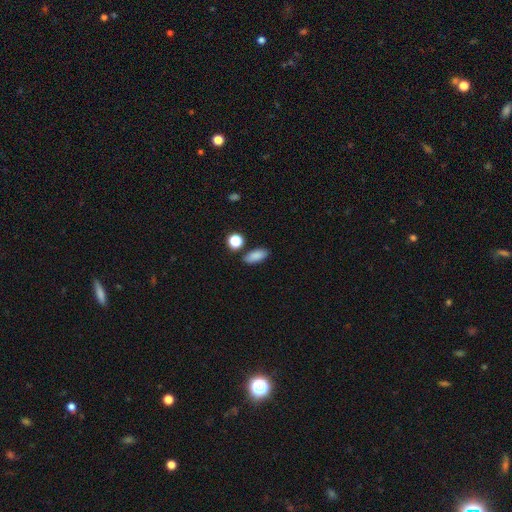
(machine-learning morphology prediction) Smooth or featured? smooth (85%)
How rounded? in between (85%)
Merging? none (82%)